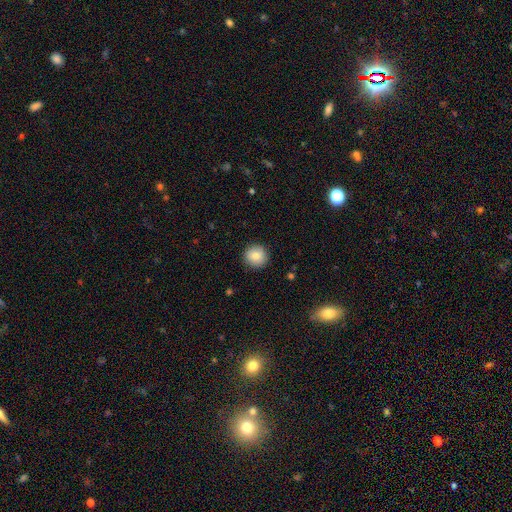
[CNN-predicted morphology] smooth 84%, star or artifact 9%, featured or disk 8%. Down the decision tree: how rounded — round (94%); merging — none (91%).